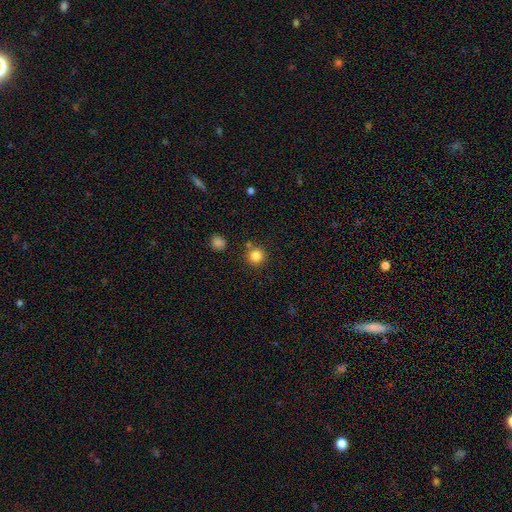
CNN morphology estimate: Q: Smooth or featured?
A: smooth (84%); runner-up: star or artifact (11%)
Q: How rounded?
A: round (93%); runner-up: in between (6%)
Q: Merging?
A: none (81%); runner-up: merger (9%)